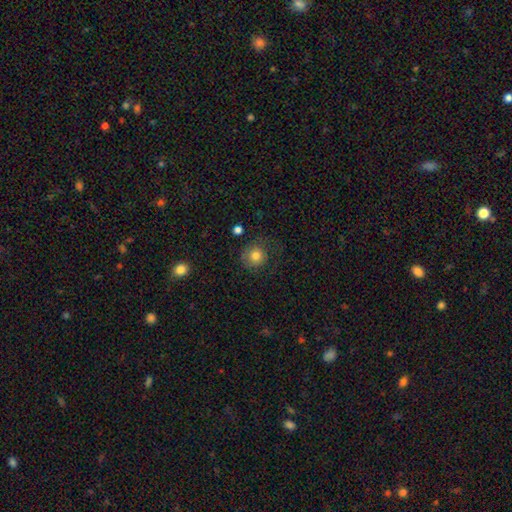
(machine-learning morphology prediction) smooth_or_featured: smooth (p=0.79) [alt: featured or disk p=0.11]
how_rounded: round (p=0.87) [alt: in between p=0.12]
merging: none (p=0.65) [alt: minor disturbance p=0.20]